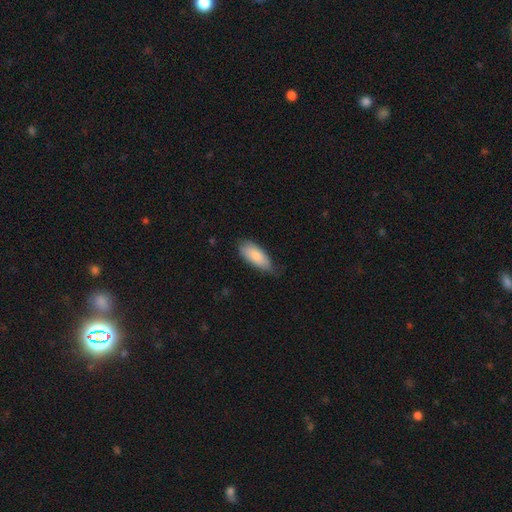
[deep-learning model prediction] A smooth galaxy with no disk features (85%) that is in between round and cigar-shaped (84%).

Vote fractions:
- Smooth or featured? smooth: 85% / featured or disk: 10% / star or artifact: 5%
- How rounded? in between: 84% / cigar-shaped: 14% / round: 2%
- Merging? none: 63% / minor disturbance: 31% / major disturbance: 4% / merger: 1%